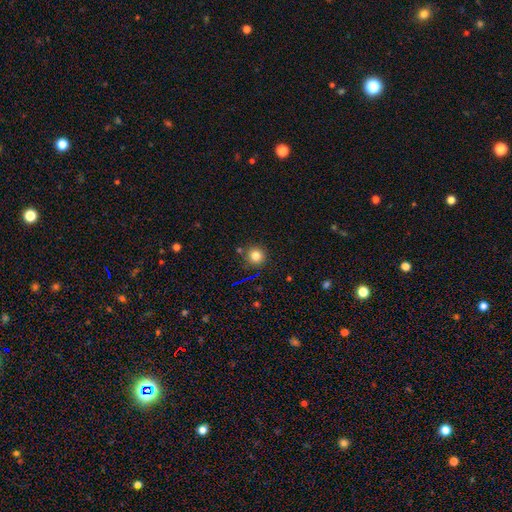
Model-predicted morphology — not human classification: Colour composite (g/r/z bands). It shows a smooth galaxy with no disk features (80%) that is round (94%). Merging: none (84%).